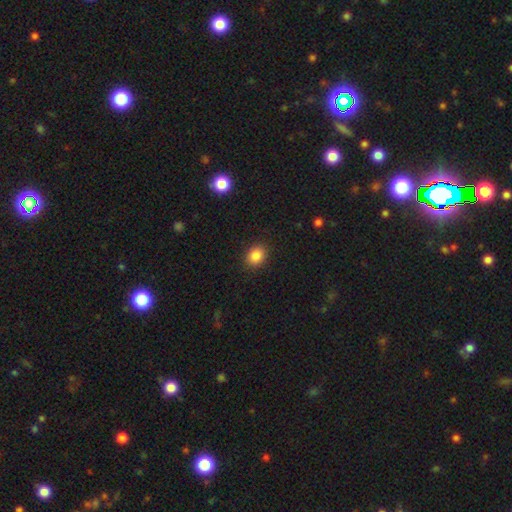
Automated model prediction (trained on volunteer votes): Smooth or featured? smooth (86%)
How rounded? round (58%)
Merging? none (89%)